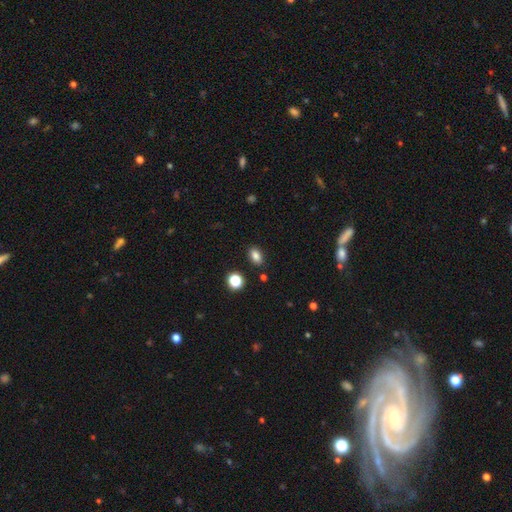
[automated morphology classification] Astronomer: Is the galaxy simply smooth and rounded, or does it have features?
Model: smooth — 83%.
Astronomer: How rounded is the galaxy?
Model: in between — 83%.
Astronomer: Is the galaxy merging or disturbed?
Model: none — 86%.